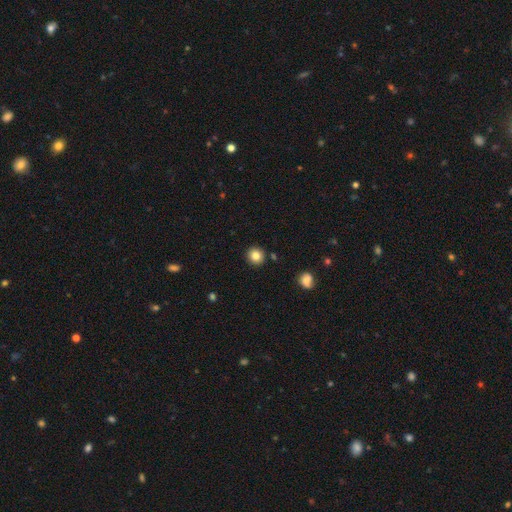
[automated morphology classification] Overall: smooth (83%). How rounded: round (93%). Merging: none (90%).